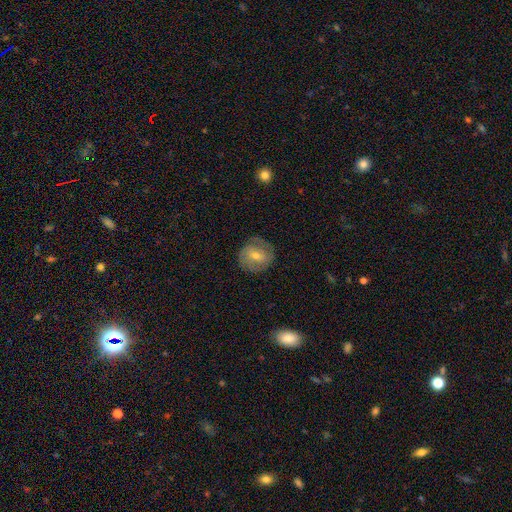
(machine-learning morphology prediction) A featured or disk galaxy (58%) with a weak bar (46%), spiral arms (80%) and a moderate central bulge (53%). Merging: none (78%).